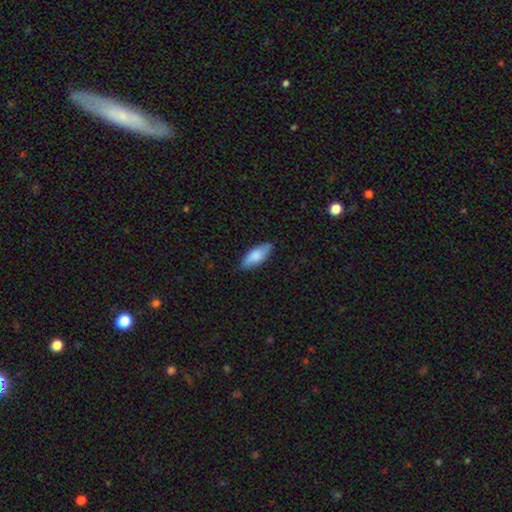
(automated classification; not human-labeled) A smooth galaxy with no disk features (76%) that is in between round and cigar-shaped (74%). Merging: none (83%).